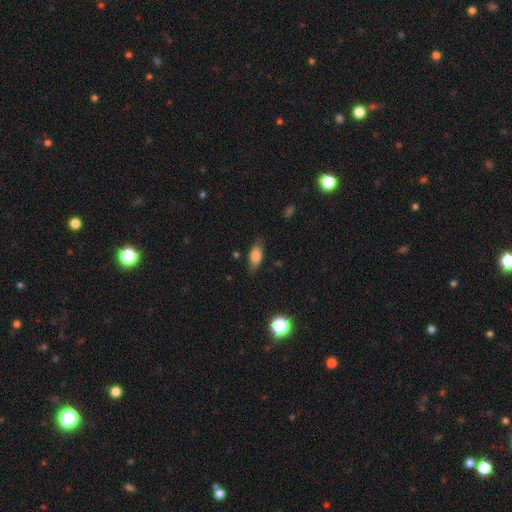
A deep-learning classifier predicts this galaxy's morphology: Q: Smooth or featured?
A: smooth (79%); runner-up: featured or disk (13%)
Q: How rounded?
A: in between (82%); runner-up: cigar-shaped (13%)
Q: Merging?
A: none (77%); runner-up: minor disturbance (17%)